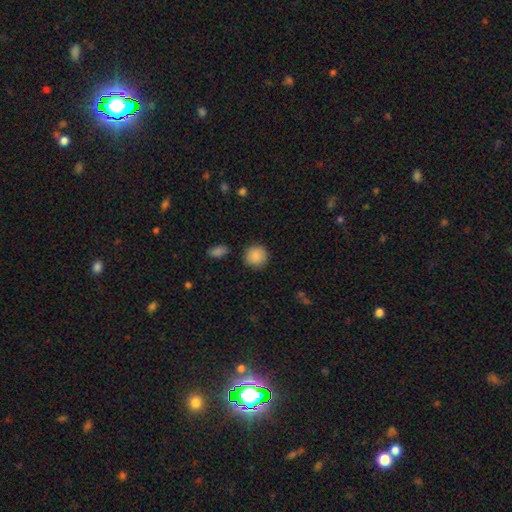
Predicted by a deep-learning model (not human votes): This is clearly a smooth galaxy (88%). How rounded: clearly round (93%). Merging: clearly none (89%).